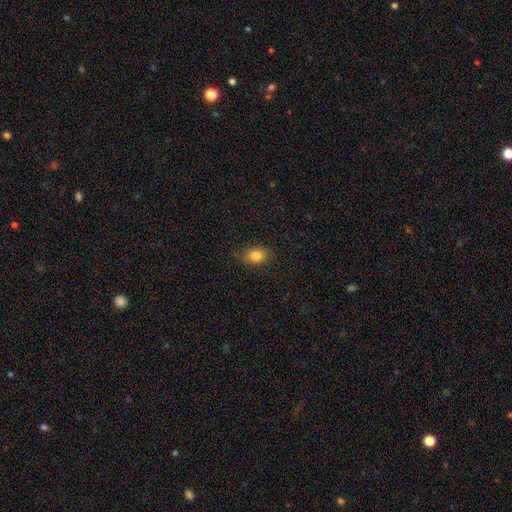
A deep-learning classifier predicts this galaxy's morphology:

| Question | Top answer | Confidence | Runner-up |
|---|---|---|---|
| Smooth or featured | smooth | 83% | star or artifact (9%) |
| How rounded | in between | 72% | round (26%) |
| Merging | none | 81% | minor disturbance (14%) |